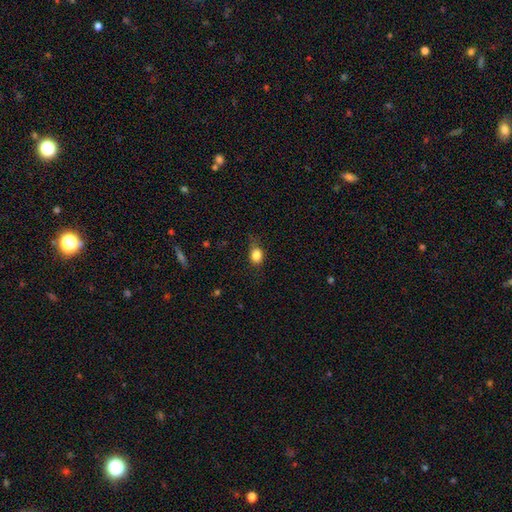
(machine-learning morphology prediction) A smooth galaxy with no disk features (83%) that is in between round and cigar-shaped (53%). Merging: none (63%).